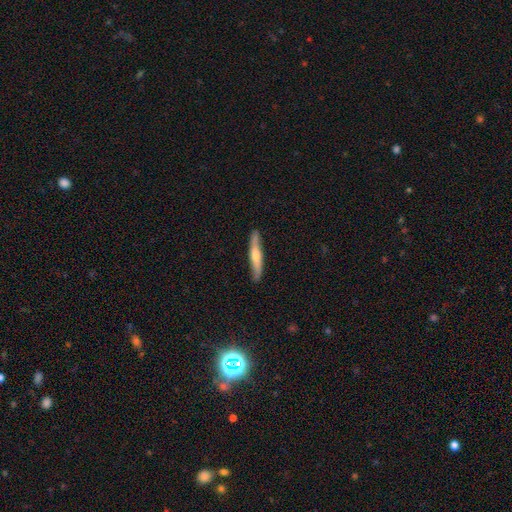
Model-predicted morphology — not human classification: Smooth or featured: smooth — 50% (featured or disk — 45%)
How rounded: cigar-shaped — 91% (in between — 7%)
Merging: none — 86% (minor disturbance — 11%)